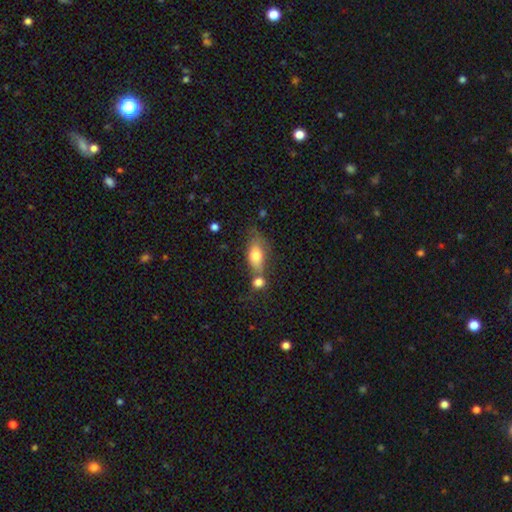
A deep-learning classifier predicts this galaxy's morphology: A smooth galaxy with no disk features (75%) that is in between round and cigar-shaped (82%).

Vote fractions:
- Smooth or featured? smooth: 75% / featured or disk: 17% / star or artifact: 8%
- How rounded? in between: 82% / cigar-shaped: 11% / round: 7%
- Merging? none: 42% / merger: 34% / minor disturbance: 17% / major disturbance: 7%